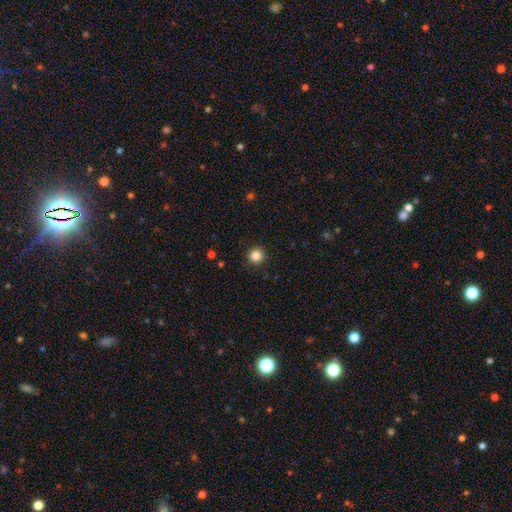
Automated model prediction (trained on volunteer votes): Smooth or featured?
  - smooth: 84% *
  - star or artifact: 12%
  - featured or disk: 4%
How rounded?
  - round: 96% *
  - in between: 3%
  - cigar-shaped: 1%
Merging?
  - none: 92% *
  - minor disturbance: 5%
  - major disturbance: 2%
  - merger: 1%